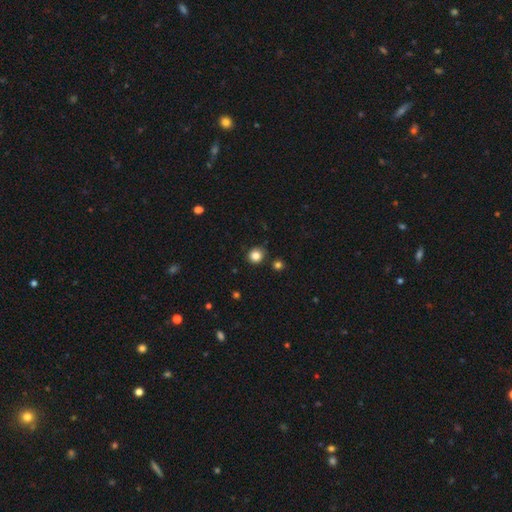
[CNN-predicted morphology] Smooth or featured?
  - smooth: 84% *
  - star or artifact: 12%
  - featured or disk: 5%
How rounded?
  - round: 89% *
  - in between: 10%
  - cigar-shaped: 1%
Merging?
  - none: 86% *
  - minor disturbance: 9%
  - merger: 3%
  - major disturbance: 2%